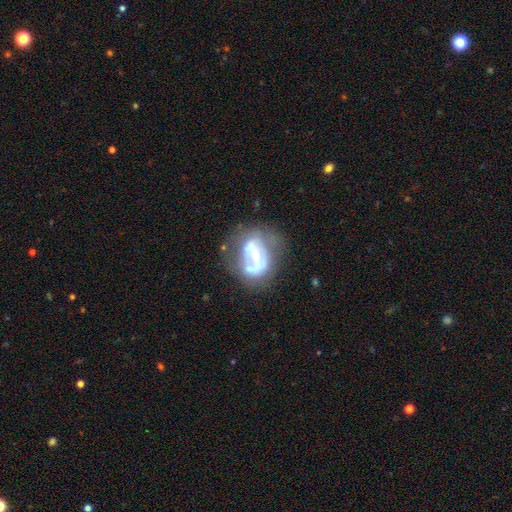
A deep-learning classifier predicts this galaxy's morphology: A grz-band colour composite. It shows a featured or disk galaxy (71%) with no bar (51%), no spiral arms (59%) and a moderate central bulge (52%). Merging: none (44%).